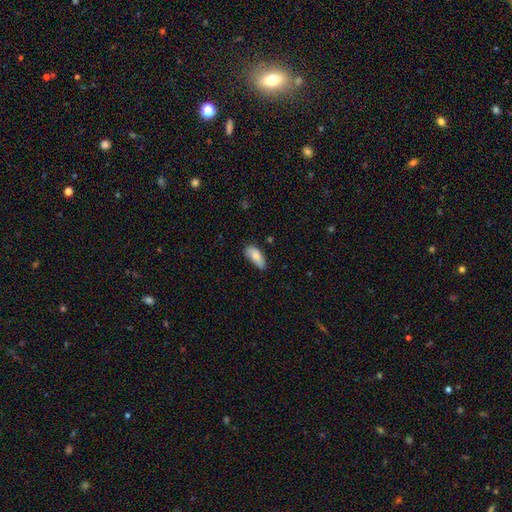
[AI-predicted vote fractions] This is clearly a smooth galaxy (81%). How rounded: clearly in between (87%). Merging: likely none (61%).